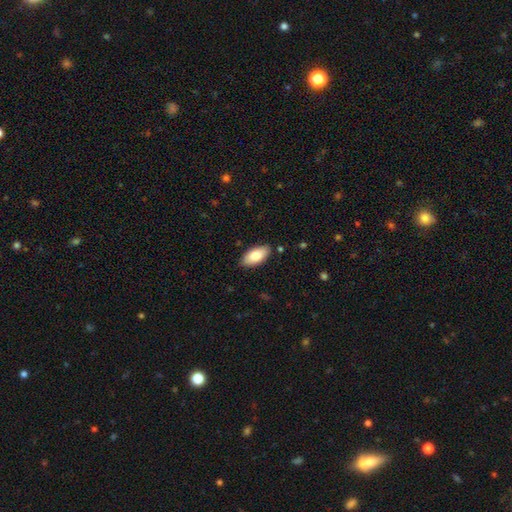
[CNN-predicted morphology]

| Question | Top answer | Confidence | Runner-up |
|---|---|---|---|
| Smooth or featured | smooth | 80% | featured or disk (14%) |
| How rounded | in between | 92% | cigar-shaped (6%) |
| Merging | none | 86% | minor disturbance (11%) |